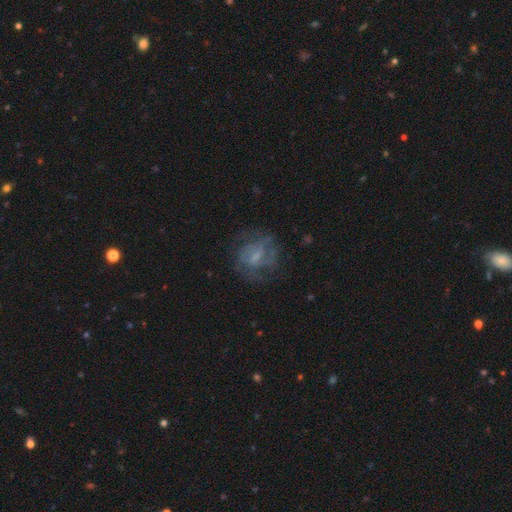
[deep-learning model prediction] This is likely a featured or disk galaxy (68%). It is clearly not viewed edge-on (97%). Bar: possibly weak (52%). Spiral arm pattern: likely yes (77%). Spiral arm count: marginally can't tell (40%). Spiral winding: marginally medium (45%). Central bulge: possibly small (47%). Merging: likely none (63%).